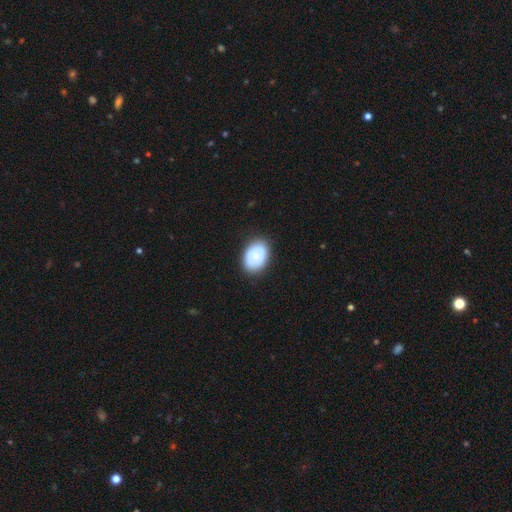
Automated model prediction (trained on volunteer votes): This appears to be a smooth galaxy with no disk features (78%) that is in between round and cigar-shaped (80%). Merging: none (83%).